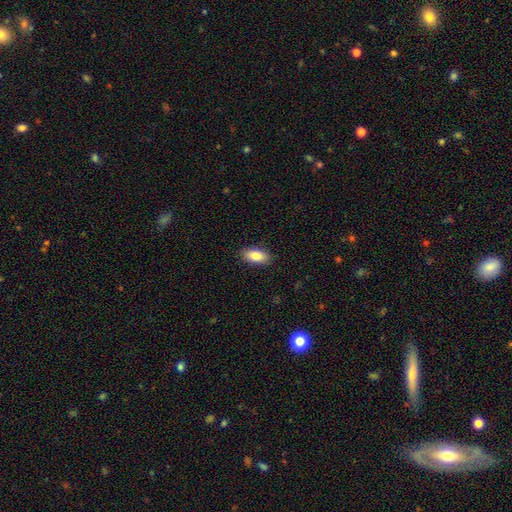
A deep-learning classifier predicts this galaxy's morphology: Q: Smooth or featured?
A: smooth (85%); runner-up: featured or disk (8%)
Q: How rounded?
A: in between (91%); runner-up: cigar-shaped (6%)
Q: Merging?
A: none (89%); runner-up: minor disturbance (8%)